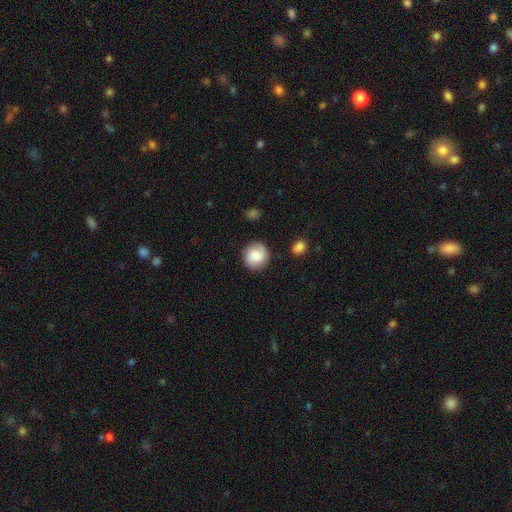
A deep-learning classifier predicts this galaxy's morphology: Smooth or featured: smooth — 73% (featured or disk — 19%)
How rounded: round — 89% (in between — 10%)
Merging: none — 83% (minor disturbance — 12%)